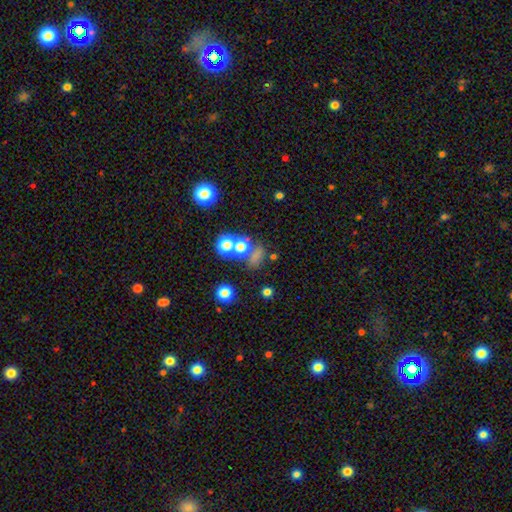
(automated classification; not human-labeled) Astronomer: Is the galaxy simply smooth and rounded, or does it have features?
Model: smooth — 60%.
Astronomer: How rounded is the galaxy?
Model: round — 60% (runner-up: in between, 37%).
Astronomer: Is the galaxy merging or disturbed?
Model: none — 51% (runner-up: merger, 29%).